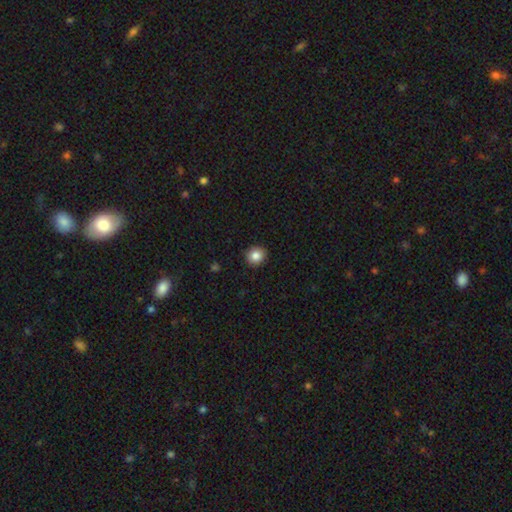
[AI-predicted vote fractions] smooth-or-featured: smooth: 85% | star or artifact: 10% | featured or disk: 5%
  how-rounded: round: 88% | in between: 11% | cigar-shaped: 1%
  merging: none: 91% | minor disturbance: 6% | major disturbance: 2% | merger: 1%